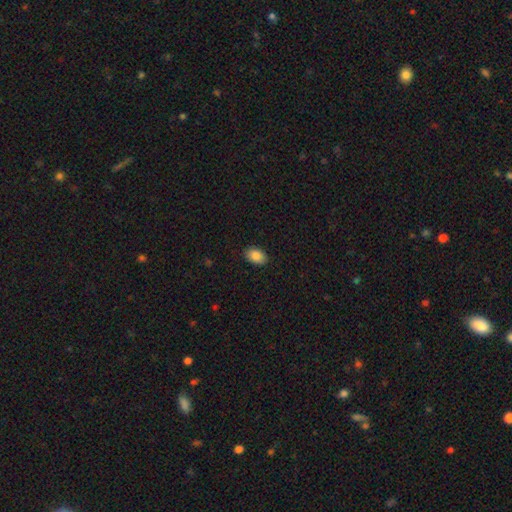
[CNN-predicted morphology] Q: Smooth or featured?
A: smooth (87%); runner-up: star or artifact (7%)
Q: How rounded?
A: in between (87%); runner-up: round (12%)
Q: Merging?
A: none (89%); runner-up: minor disturbance (8%)